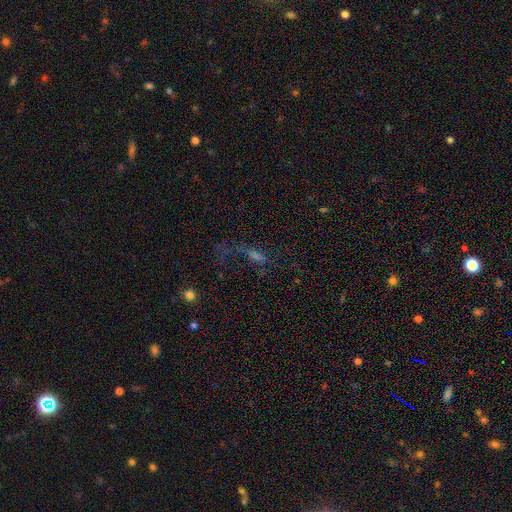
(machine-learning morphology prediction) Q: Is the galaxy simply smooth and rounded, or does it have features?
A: featured or disk — 35%.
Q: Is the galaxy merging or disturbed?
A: major disturbance — 41%.